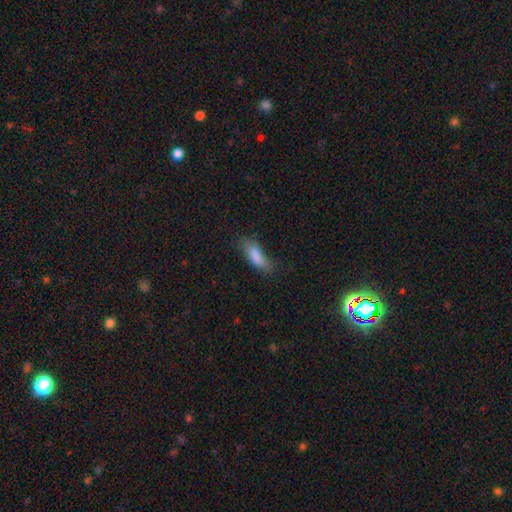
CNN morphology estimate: Smooth or featured? smooth (81%)
How rounded? in between (64%)
Merging? none (55%)